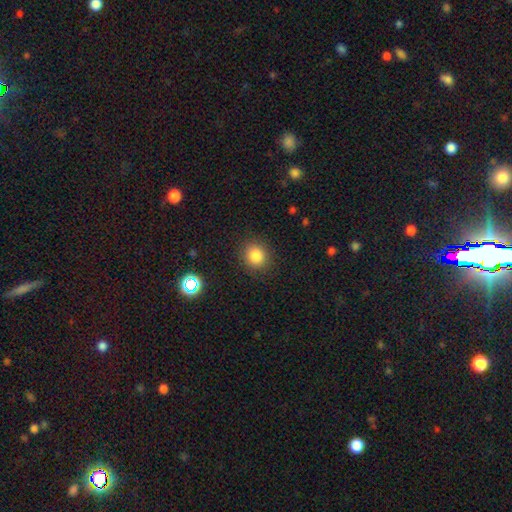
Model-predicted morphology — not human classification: Smooth or featured: smooth — 83% (star or artifact — 12%)
How rounded: round — 83% (in between — 16%)
Merging: none — 89% (minor disturbance — 8%)